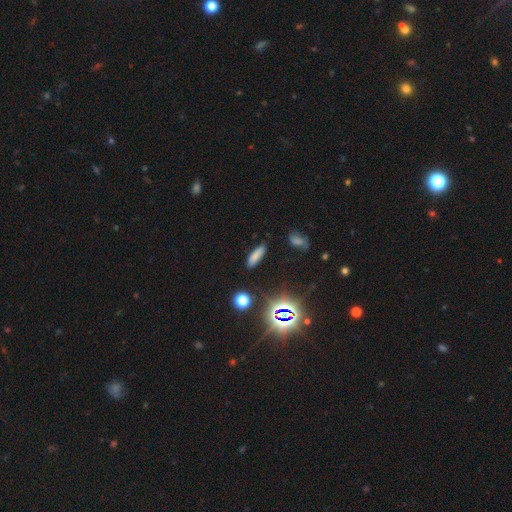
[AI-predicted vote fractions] A smooth galaxy with no disk features (73%) that is cigar-shaped (60%). Merging: none (87%).